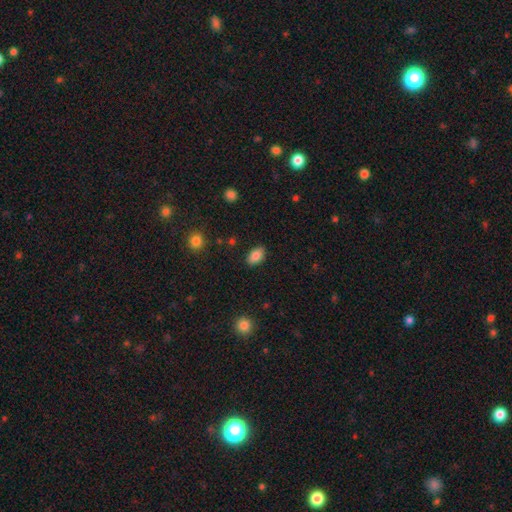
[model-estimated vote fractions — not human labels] Smooth or featured? smooth (84%)
How rounded? in between (89%)
Merging? none (86%)